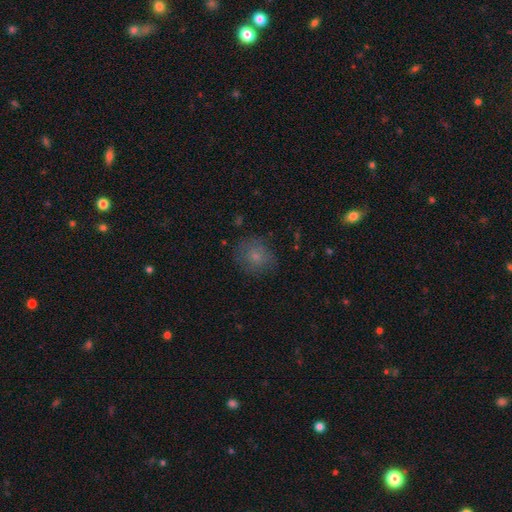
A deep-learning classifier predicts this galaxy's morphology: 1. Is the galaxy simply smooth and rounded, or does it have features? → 73% smooth, 16% featured or disk, 11% star or artifact.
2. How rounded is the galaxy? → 72% round, 27% in between, 1% cigar-shaped.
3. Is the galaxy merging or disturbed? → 73% none, 19% minor disturbance, 7% major disturbance, 2% merger.